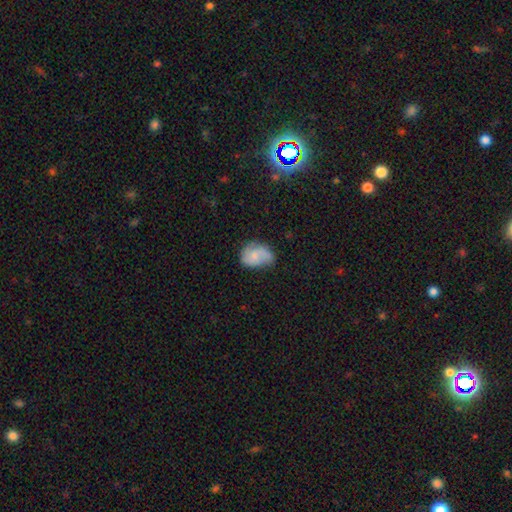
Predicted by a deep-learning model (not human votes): A smooth galaxy with no disk features (49%).

Vote fractions:
- Smooth or featured? smooth: 49% / featured or disk: 44% / star or artifact: 8%
- Merging? none: 42% / minor disturbance: 36% / major disturbance: 18% / merger: 4%